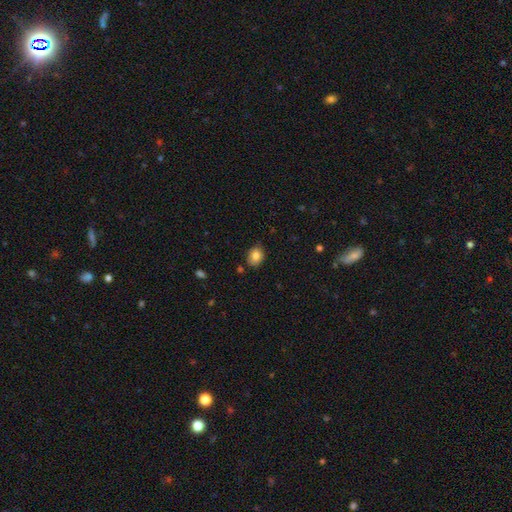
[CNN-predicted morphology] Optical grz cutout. It shows a smooth galaxy with no disk features (82%) that is in between round and cigar-shaped (54%). Merging: none (77%).